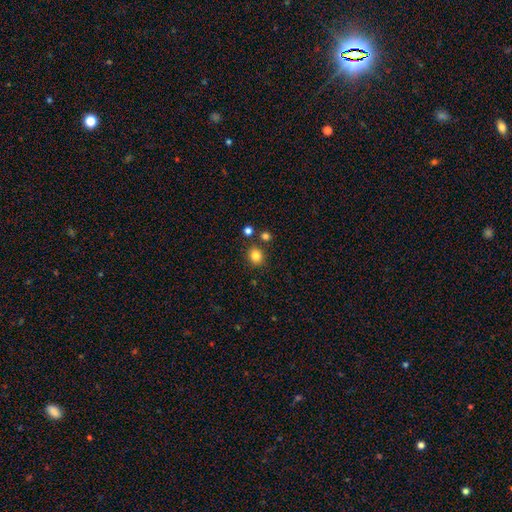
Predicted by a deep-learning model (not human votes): A smooth galaxy with no disk features (83%) that is round (78%).

Vote fractions:
- Smooth or featured? smooth: 83% / star or artifact: 12% / featured or disk: 5%
- How rounded? round: 78% / in between: 21% / cigar-shaped: 1%
- Merging? none: 83% / minor disturbance: 8% / merger: 6% / major disturbance: 2%